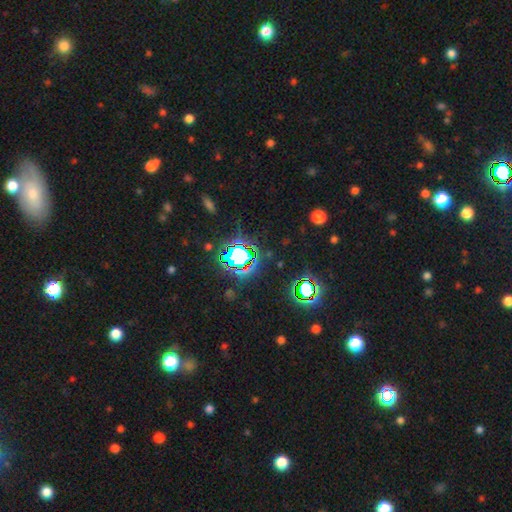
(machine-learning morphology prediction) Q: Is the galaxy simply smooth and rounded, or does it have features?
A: star or artifact — 81%.